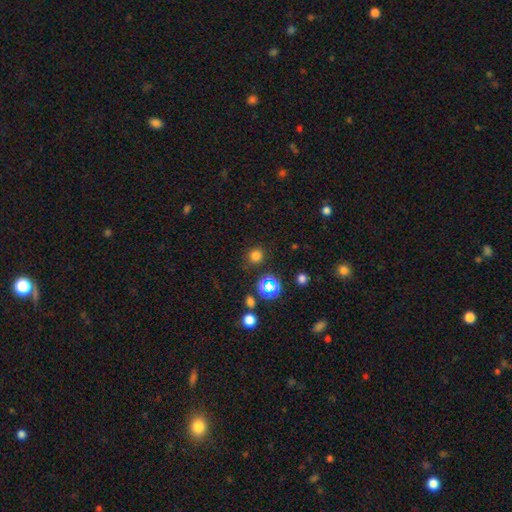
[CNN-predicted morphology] smooth-or-featured: smooth: 73% | star or artifact: 22% | featured or disk: 5%
  how-rounded: round: 89% | in between: 10% | cigar-shaped: 1%
  merging: none: 84% | minor disturbance: 9% | major disturbance: 3% | merger: 3%